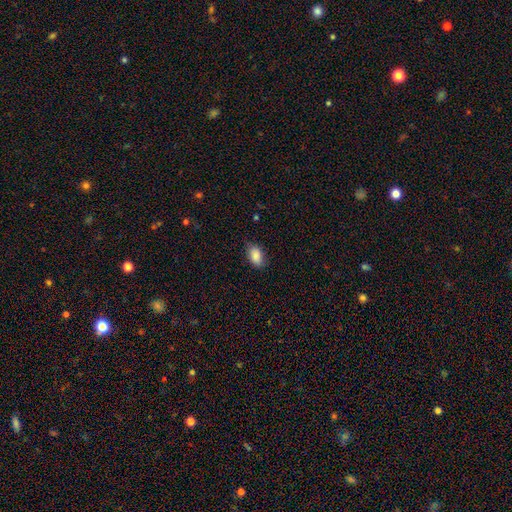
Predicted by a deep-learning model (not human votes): Morphology: type=smooth (88%); roundness=in between (91%); merging=none (81%).